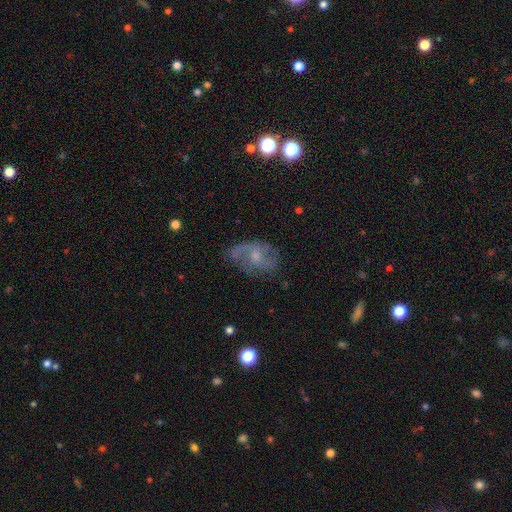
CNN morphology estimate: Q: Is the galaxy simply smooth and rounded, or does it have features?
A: featured or disk — 71%.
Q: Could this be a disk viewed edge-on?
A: no — 96%.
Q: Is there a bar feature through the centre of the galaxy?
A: no — 56%.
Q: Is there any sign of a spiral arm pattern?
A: yes — 85%.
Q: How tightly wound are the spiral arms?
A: loose — 45%.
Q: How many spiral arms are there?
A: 2 — 63%.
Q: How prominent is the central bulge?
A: small — 54%.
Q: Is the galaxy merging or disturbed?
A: none — 59%.